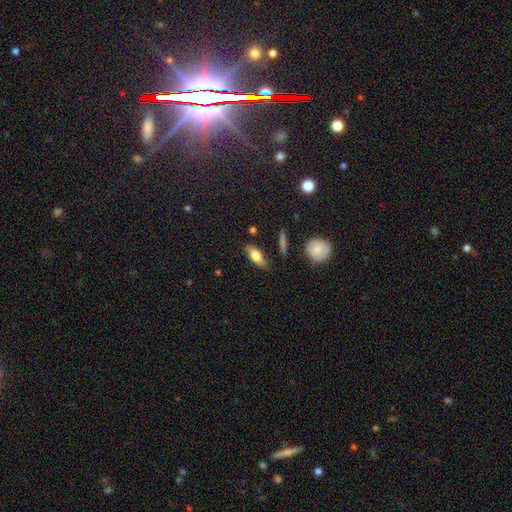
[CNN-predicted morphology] smooth 70%, featured or disk 23%, star or artifact 7%. Down the decision tree: how rounded — in between (73%); merging — none (76%).